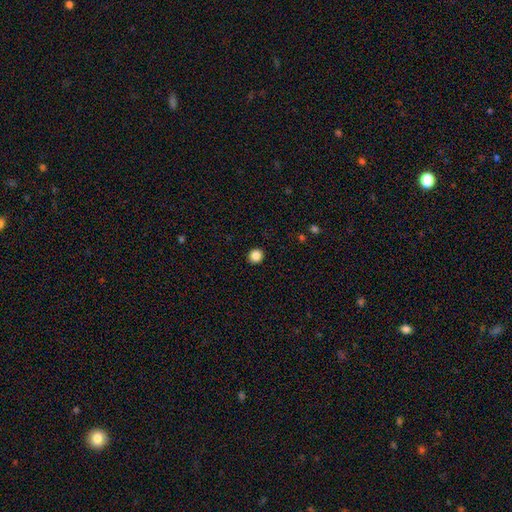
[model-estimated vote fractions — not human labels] smooth-or-featured: smooth: 86% | star or artifact: 10% | featured or disk: 4%
  how-rounded: round: 91% | in between: 8% | cigar-shaped: 1%
  merging: none: 93% | minor disturbance: 4% | major disturbance: 2% | merger: 1%